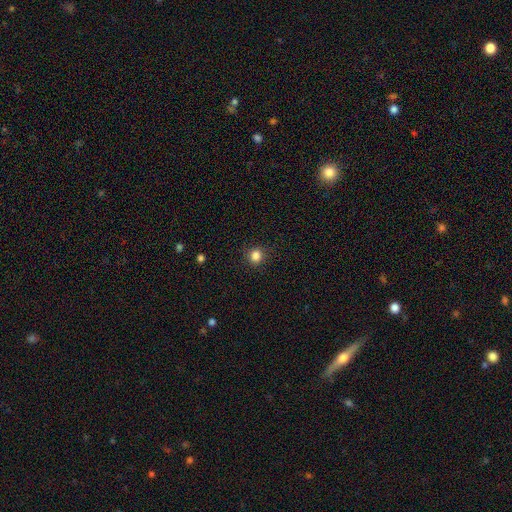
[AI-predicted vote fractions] This is clearly a smooth galaxy (84%). How rounded: clearly round (88%). Merging: clearly none (89%).